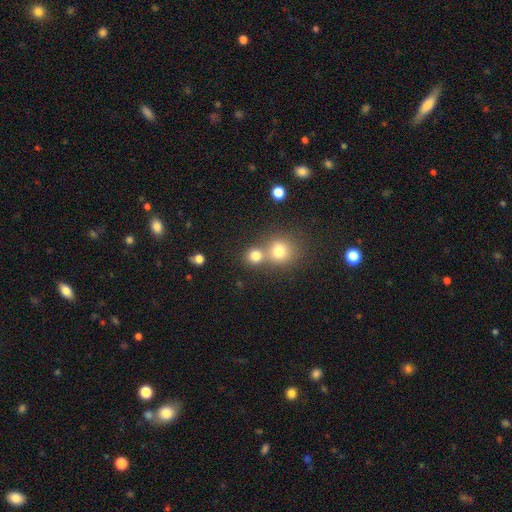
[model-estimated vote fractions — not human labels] Smooth or featured: smooth — 78% (star or artifact — 14%)
How rounded: round — 85% (in between — 14%)
Merging: none — 52% (merger — 39%)